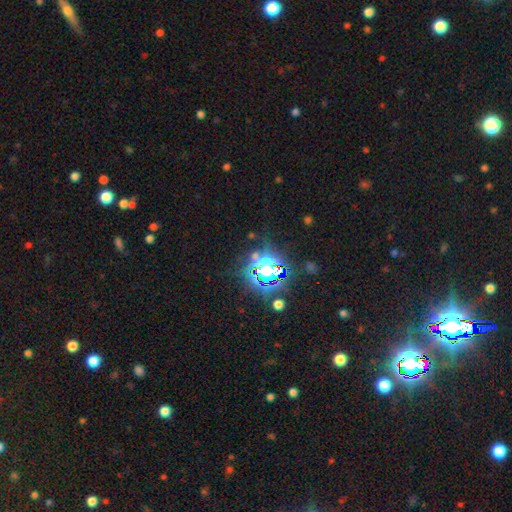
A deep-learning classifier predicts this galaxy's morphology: type=star or artifact (84%).